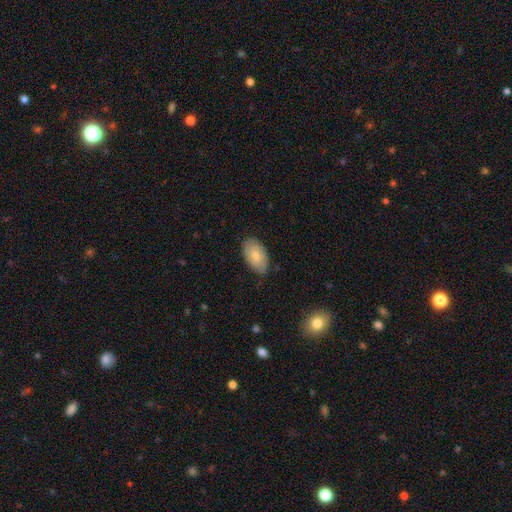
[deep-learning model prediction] Q: Smooth or featured?
A: smooth (61%); runner-up: featured or disk (33%)
Q: How rounded?
A: in between (93%); runner-up: round (5%)
Q: Merging?
A: none (79%); runner-up: minor disturbance (17%)